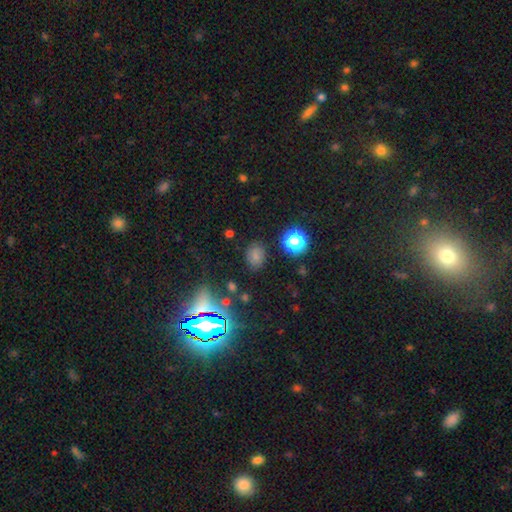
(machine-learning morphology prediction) Q: Smooth or featured?
A: smooth (65%); runner-up: star or artifact (24%)
Q: How rounded?
A: in between (53%); runner-up: round (46%)
Q: Merging?
A: none (79%); runner-up: minor disturbance (14%)